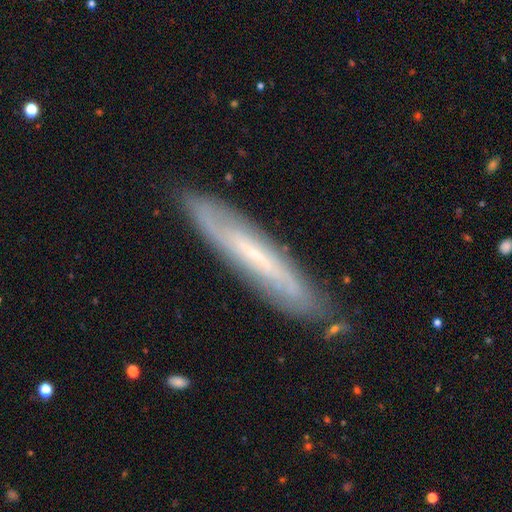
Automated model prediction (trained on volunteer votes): featured or disk 62%, smooth 31%, star or artifact 7%. Down the decision tree: edge-on disk — yes (60%); merging — none (84%).